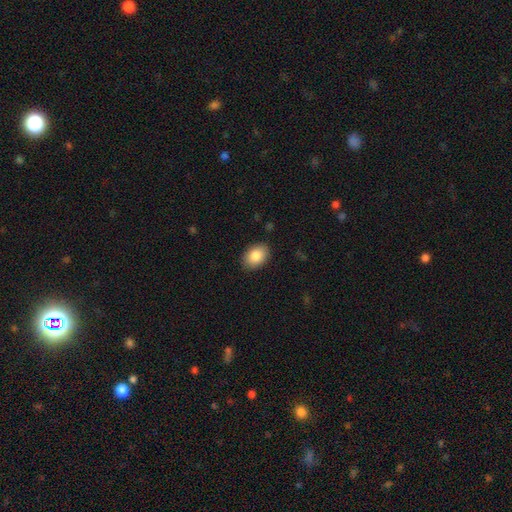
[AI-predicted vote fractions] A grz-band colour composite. It shows a smooth galaxy with no disk features (86%) that is in between round and cigar-shaped (81%). Merging: none (88%).